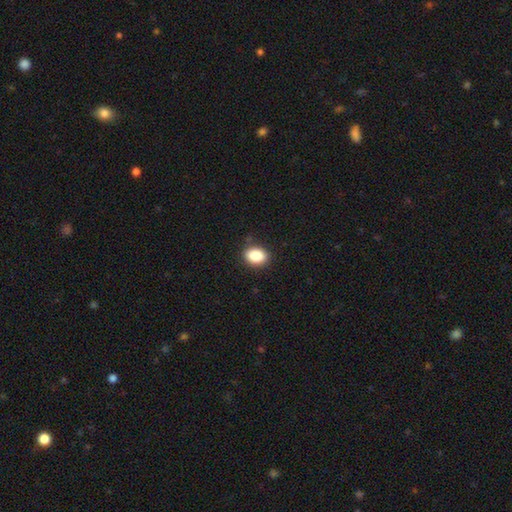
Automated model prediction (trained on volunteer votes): Morphology: type=smooth (87%); roundness=in between (70%); merging=none (86%).